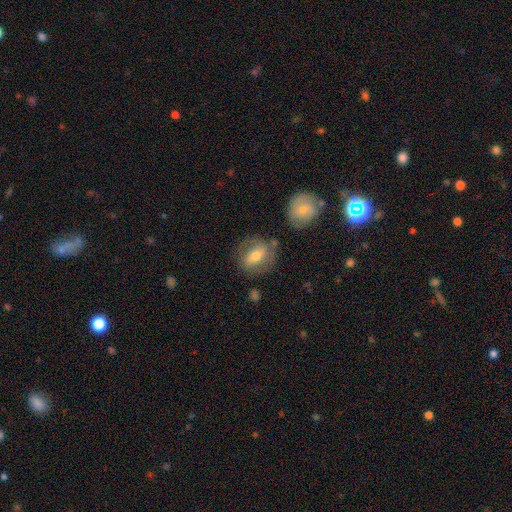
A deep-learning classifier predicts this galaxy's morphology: Smooth or featured? smooth (53%)
How rounded? round (50%)
Merging? none (69%)